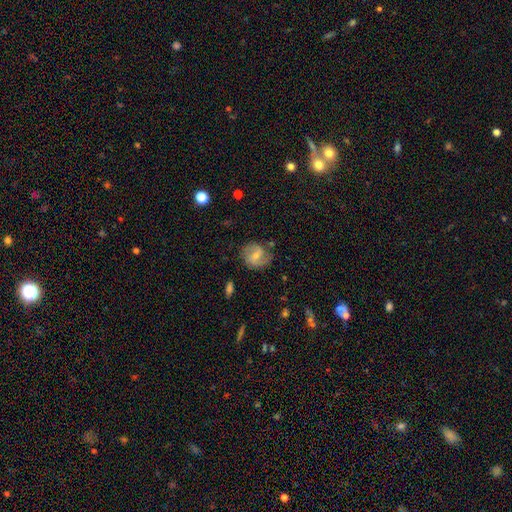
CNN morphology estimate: type=featured or disk (68%); edge-on=no (98%); bar=weak (53%); spiral arms=yes (90%); winding=medium (48%); arm count=2 (84%); bulge=small (53%); merging=none (72%).